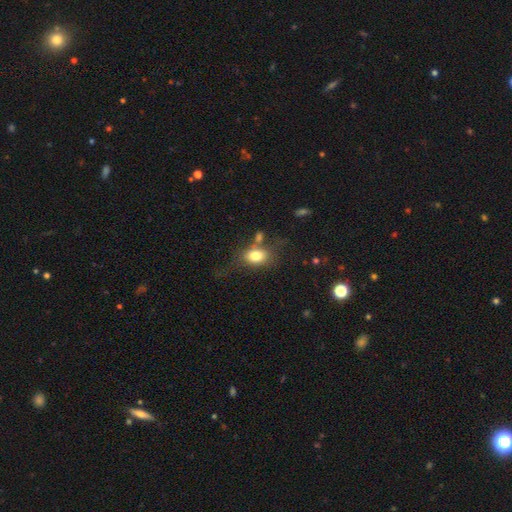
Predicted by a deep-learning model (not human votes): A smooth galaxy with no disk features (78%) that is in between round and cigar-shaped (73%).

Vote fractions:
- Smooth or featured? smooth: 78% / featured or disk: 12% / star or artifact: 9%
- How rounded? in between: 73% / round: 25% / cigar-shaped: 2%
- Merging? none: 55% / minor disturbance: 19% / merger: 14% / major disturbance: 11%